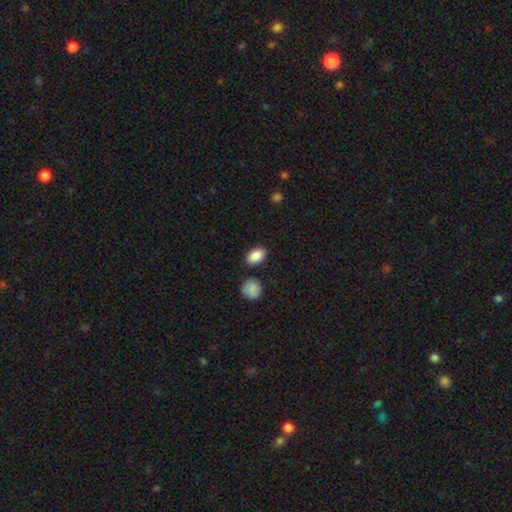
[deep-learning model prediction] Q: Smooth or featured?
A: smooth (88%); runner-up: star or artifact (7%)
Q: How rounded?
A: in between (85%); runner-up: round (14%)
Q: Merging?
A: none (84%); runner-up: minor disturbance (10%)